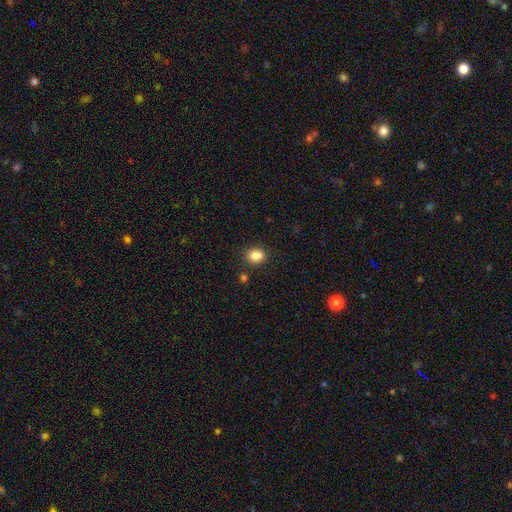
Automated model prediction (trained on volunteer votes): A smooth galaxy with no disk features (84%) that is round (59%). Merging: none (75%).